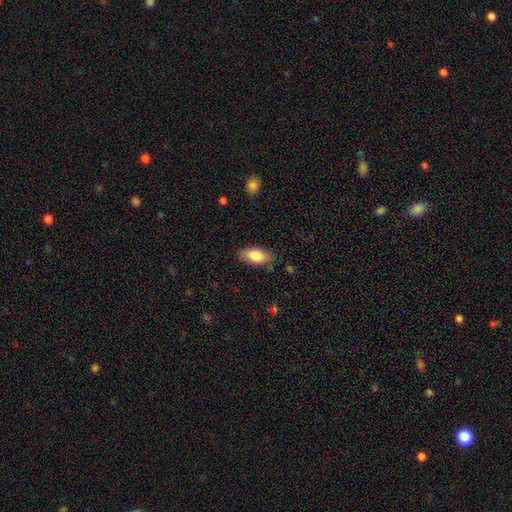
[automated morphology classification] Overall: smooth (82%). How rounded: in between (90%). Merging: none (83%).